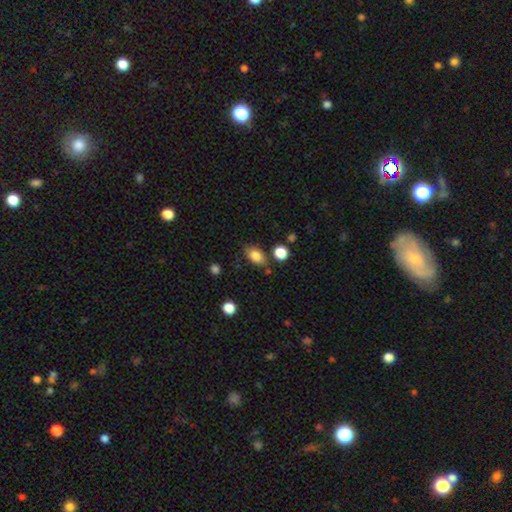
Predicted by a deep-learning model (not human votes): smooth-or-featured: smooth: 81% | featured or disk: 10% | star or artifact: 9%
  how-rounded: in between: 83% | round: 15% | cigar-shaped: 3%
  merging: none: 75% | minor disturbance: 16% | merger: 6% | major disturbance: 4%